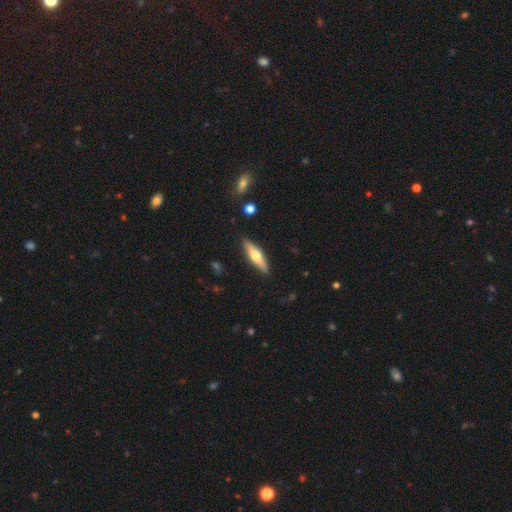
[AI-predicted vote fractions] A smooth galaxy with no disk features (49%).

Vote fractions:
- Smooth or featured? smooth: 49% / featured or disk: 45% / star or artifact: 6%
- Merging? none: 89% / minor disturbance: 8% / major disturbance: 2% / merger: 1%